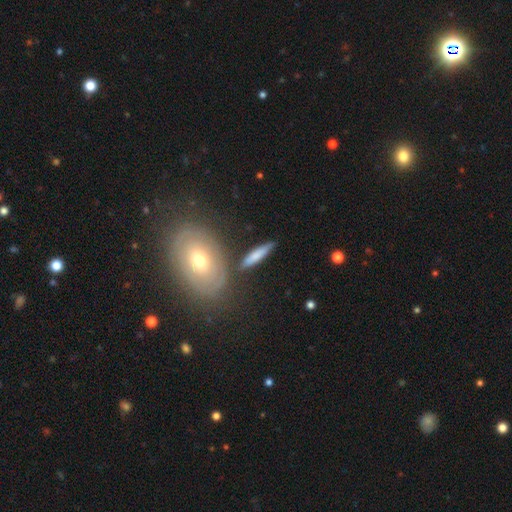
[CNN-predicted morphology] Smooth or featured? smooth (70%)
How rounded? cigar-shaped (80%)
Merging? none (79%)